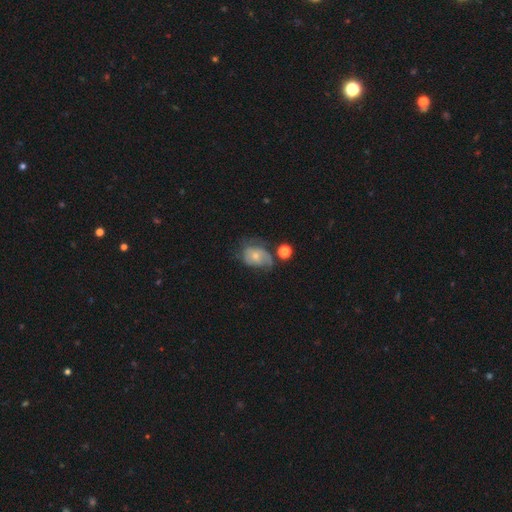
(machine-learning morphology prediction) A featured or disk galaxy (46%).

Vote fractions:
- Smooth or featured? featured or disk: 46% / smooth: 44% / star or artifact: 10%
- Merging? minor disturbance: 32% / none: 31% / major disturbance: 30% / merger: 7%